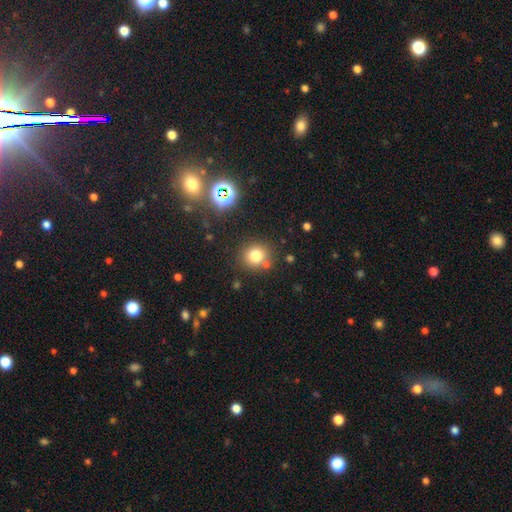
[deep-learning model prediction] Morphology: type=smooth (77%); roundness=round (86%); merging=none (78%).